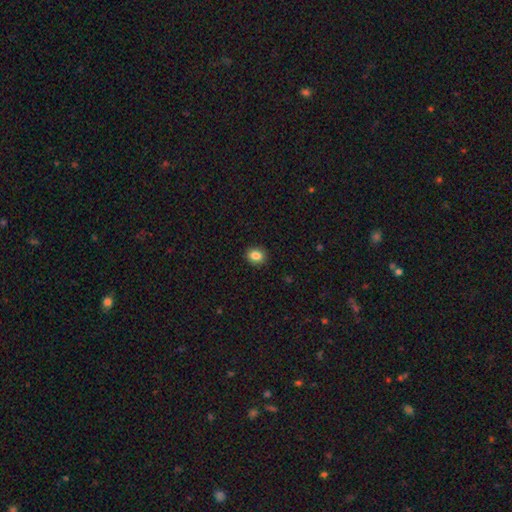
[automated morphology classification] Smooth or featured? smooth (85%)
How rounded? round (58%)
Merging? none (91%)